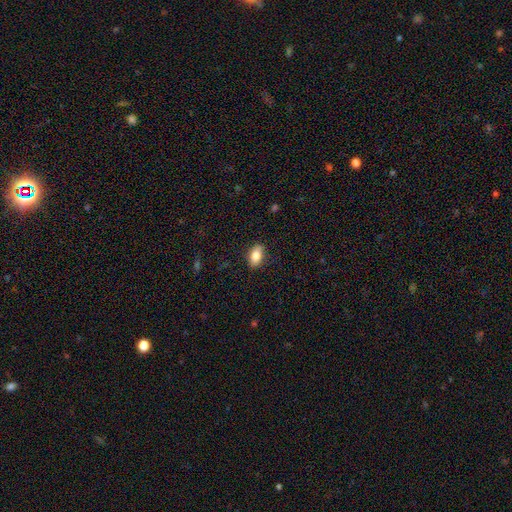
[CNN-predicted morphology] smooth_or_featured: smooth (p=0.82) [alt: featured or disk p=0.10]
how_rounded: in between (p=0.90) [alt: round p=0.06]
merging: none (p=0.85) [alt: minor disturbance p=0.12]